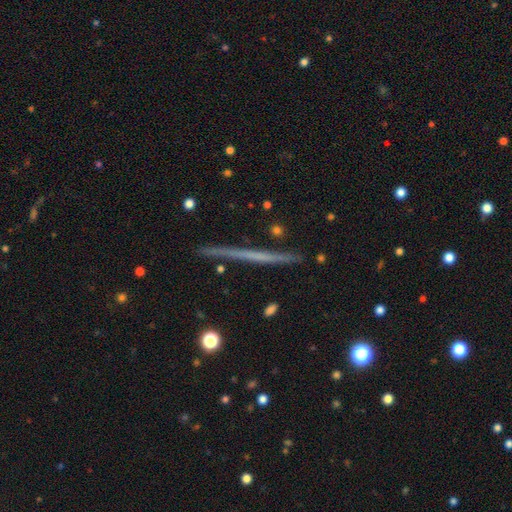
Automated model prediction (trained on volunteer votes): This is likely a featured or disk galaxy (63%). It is clearly viewed edge-on (98%). Edge-on bulge: clearly none (90%). Merging: clearly none (91%).